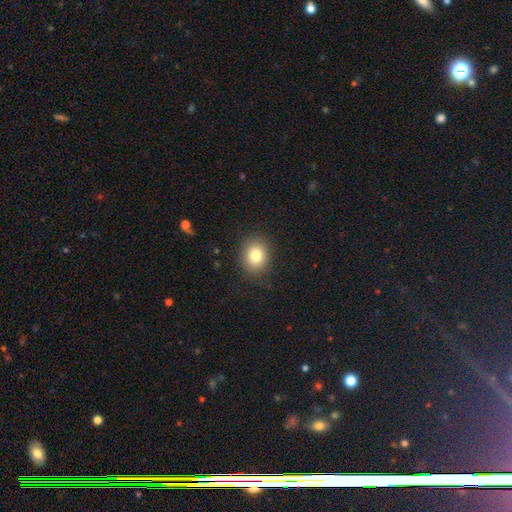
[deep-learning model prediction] The model was most divided on "how rounded": round: 63%, in between: 36%, cigar-shaped: 1%. More confident: merging — none (88%); smooth or featured — smooth (82%).